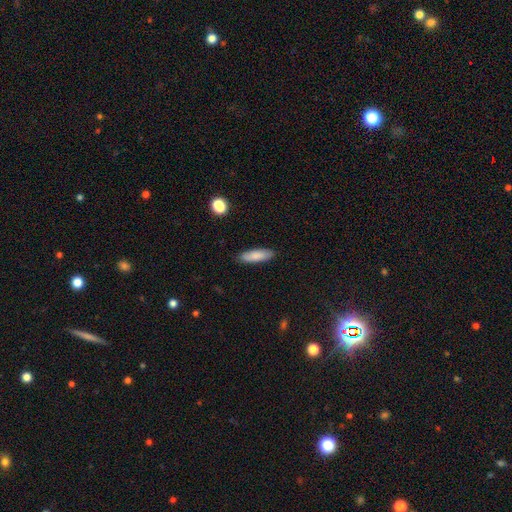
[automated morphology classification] This appears to be a smooth galaxy with no disk features (83%) that is cigar-shaped (52%). Merging: none (86%).